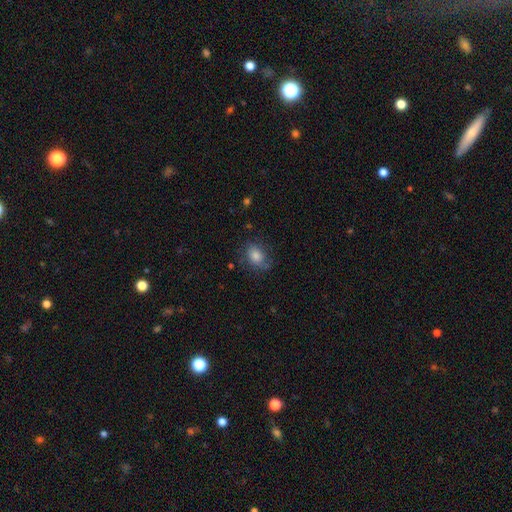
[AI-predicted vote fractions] Overall: smooth (68%). How rounded: in between (63%; round 35%). Merging: none (69%).